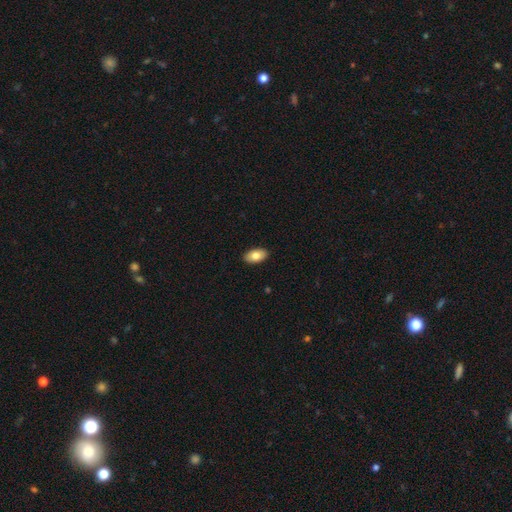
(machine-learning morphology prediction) Overall: smooth (80%). How rounded: in between (94%). Merging: none (90%).